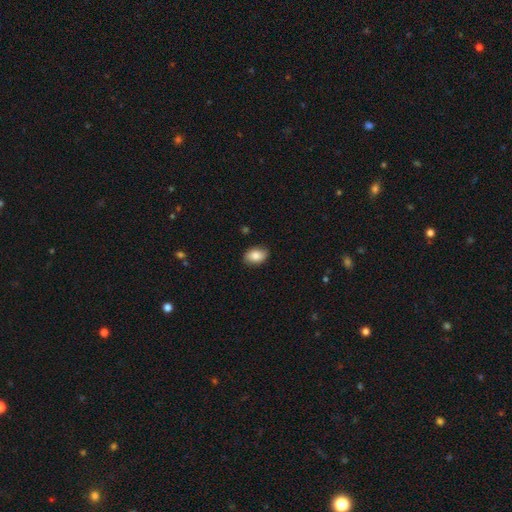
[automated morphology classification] smooth 85%, featured or disk 8%, star or artifact 7%. Down the decision tree: how rounded — in between (87%); merging — none (86%).